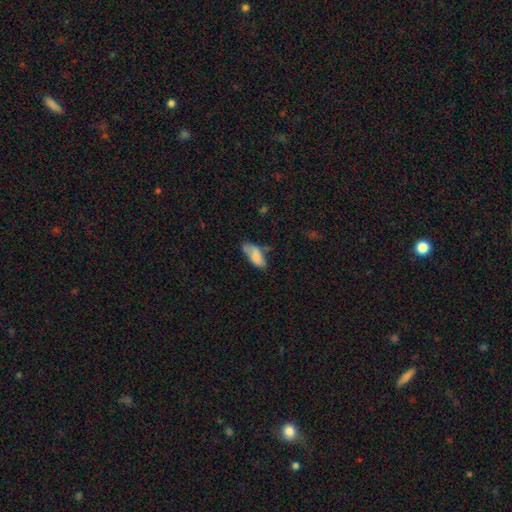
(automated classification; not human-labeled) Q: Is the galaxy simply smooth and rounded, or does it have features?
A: smooth — 73%.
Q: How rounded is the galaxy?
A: in between — 83%.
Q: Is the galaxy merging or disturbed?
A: none — 46%.